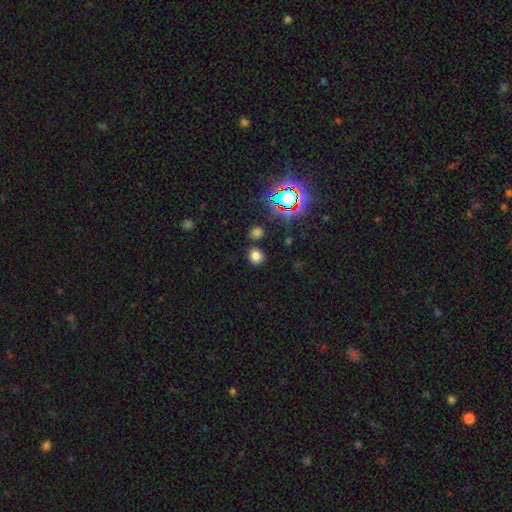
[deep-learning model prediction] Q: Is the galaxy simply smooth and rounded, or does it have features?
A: smooth — 76%.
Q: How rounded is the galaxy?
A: round — 79%.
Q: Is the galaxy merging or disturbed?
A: none — 83%.